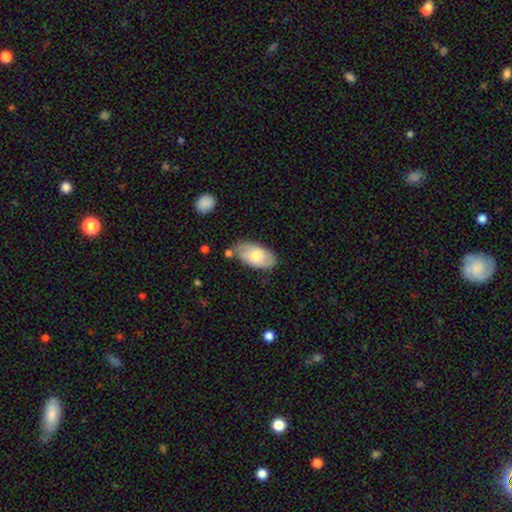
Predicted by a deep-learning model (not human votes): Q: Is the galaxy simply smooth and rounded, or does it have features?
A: smooth — 63%.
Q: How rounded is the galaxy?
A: in between — 94%.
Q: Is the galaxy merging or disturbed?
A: none — 68%.